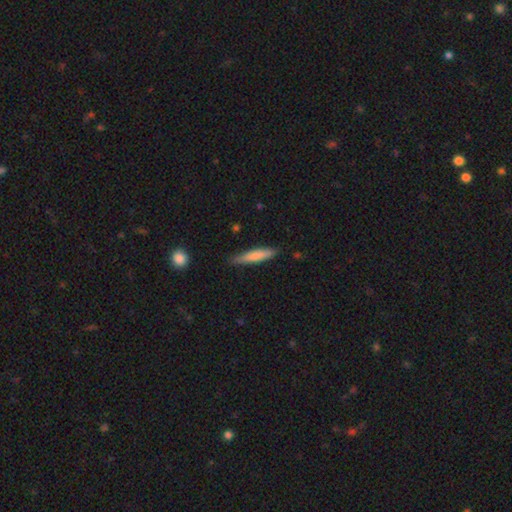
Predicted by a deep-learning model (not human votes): This is likely a smooth galaxy (72%). How rounded: clearly cigar-shaped (88%). Merging: clearly none (82%).